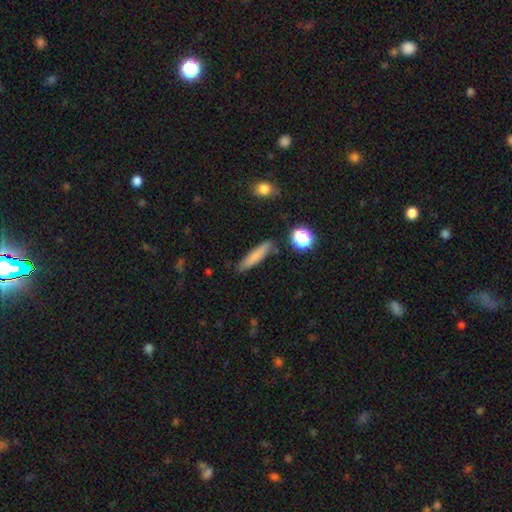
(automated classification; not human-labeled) Smooth or featured: smooth — 77% (featured or disk — 14%)
How rounded: cigar-shaped — 83% (in between — 14%)
Merging: none — 84% (minor disturbance — 10%)